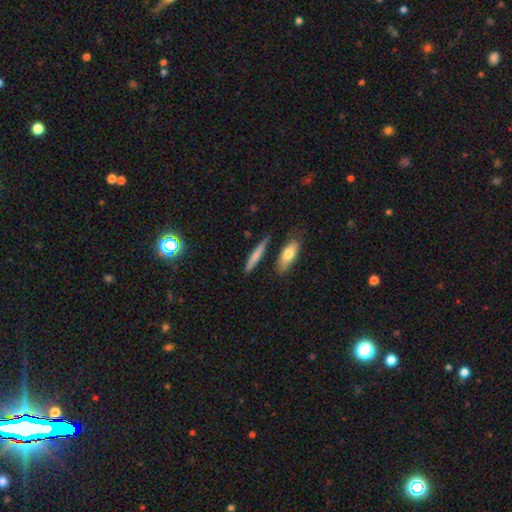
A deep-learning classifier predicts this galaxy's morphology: A smooth galaxy with no disk features (72%) that is cigar-shaped (87%). Merging: none (79%).